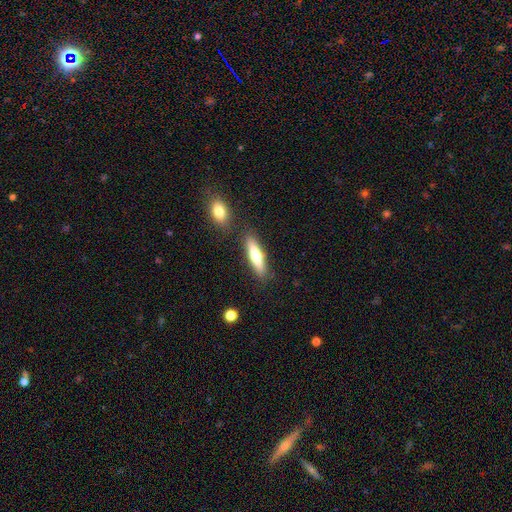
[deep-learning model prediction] Smooth or featured?
  - smooth: 65% *
  - featured or disk: 29%
  - star or artifact: 6%
How rounded?
  - cigar-shaped: 72% *
  - in between: 27%
  - round: 2%
Merging?
  - none: 81% *
  - minor disturbance: 10%
  - merger: 6%
  - major disturbance: 3%